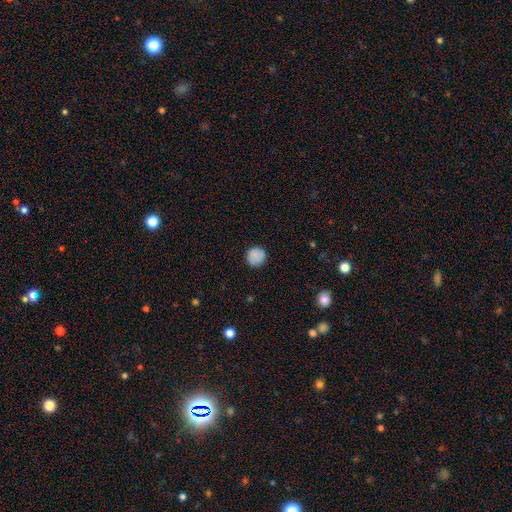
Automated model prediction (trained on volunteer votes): Smooth or featured? Predicted: smooth (p=0.87). How rounded? Predicted: round (p=0.94). Merging? Predicted: none (p=0.89).